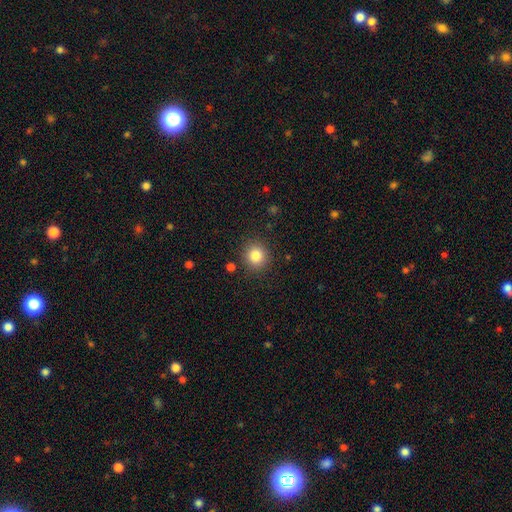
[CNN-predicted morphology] This appears to be a smooth galaxy with no disk features (84%) that is round (90%). Merging: none (88%).